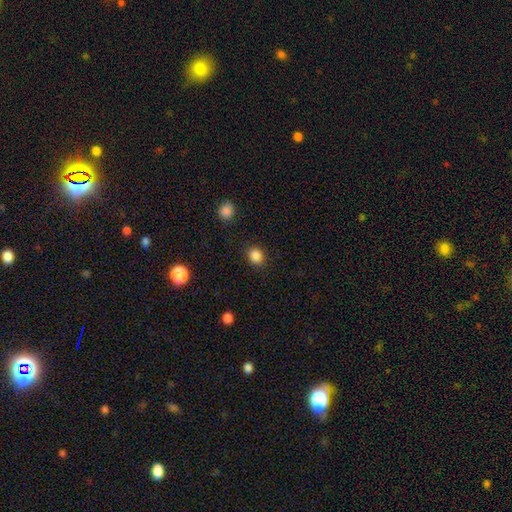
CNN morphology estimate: Smooth or featured? Predicted: smooth (p=0.86). How rounded? Predicted: round (p=0.71). Merging? Predicted: none (p=0.88).